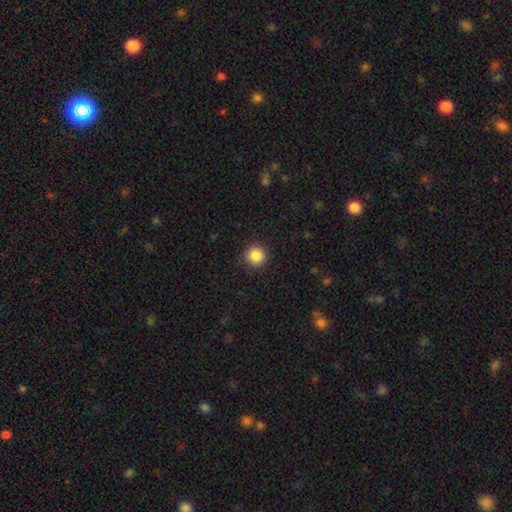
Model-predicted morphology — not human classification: This appears to be a smooth galaxy with no disk features (87%) that is round (95%). Merging: none (91%).